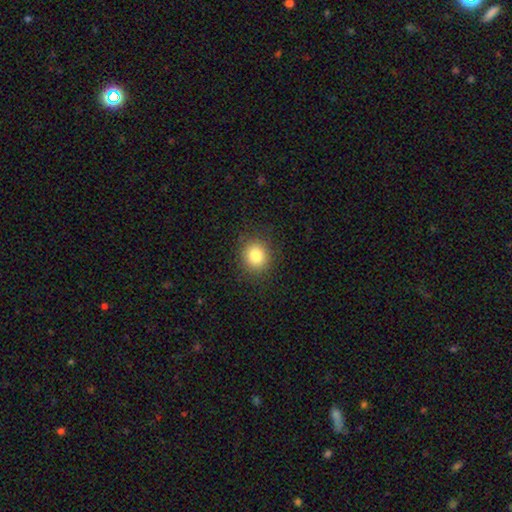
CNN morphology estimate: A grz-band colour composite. It shows a smooth galaxy with no disk features (82%) that is round (82%). Merging: none (88%).